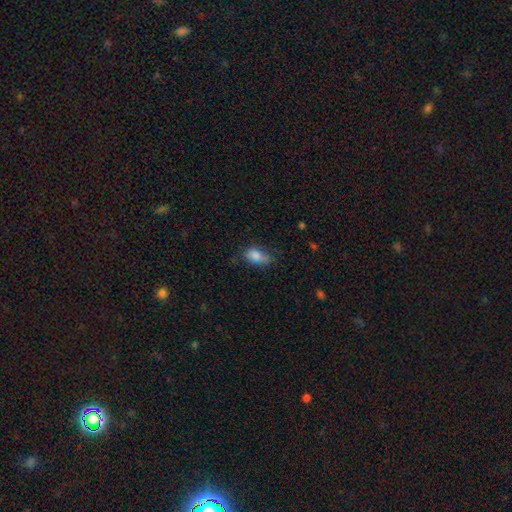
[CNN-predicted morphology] A smooth galaxy with no disk features (83%) that is in between round and cigar-shaped (87%). Merging: none (53%).